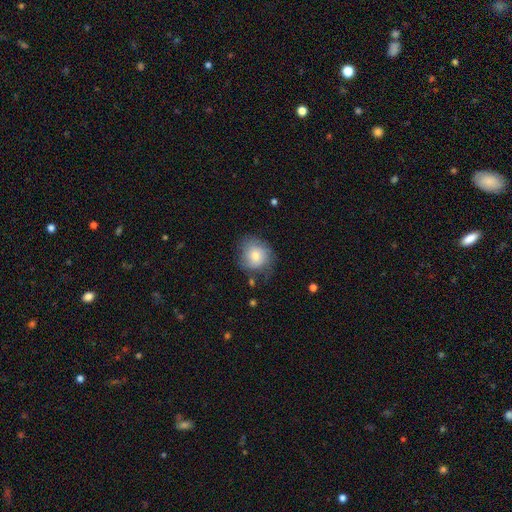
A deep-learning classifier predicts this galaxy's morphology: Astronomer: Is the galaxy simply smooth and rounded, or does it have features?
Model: smooth — 70%.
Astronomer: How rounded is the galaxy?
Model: round — 80%.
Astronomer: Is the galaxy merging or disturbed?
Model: none — 60%.